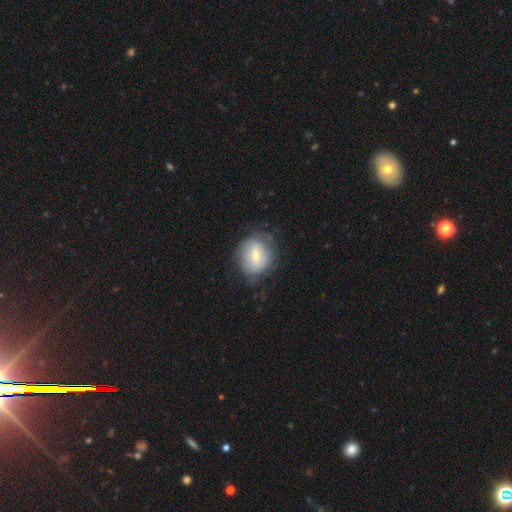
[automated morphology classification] smooth_or_featured: smooth (p=0.54) [alt: featured or disk p=0.39]
how_rounded: round (p=0.53) [alt: in between p=0.46]
merging: none (p=0.67) [alt: minor disturbance p=0.22]